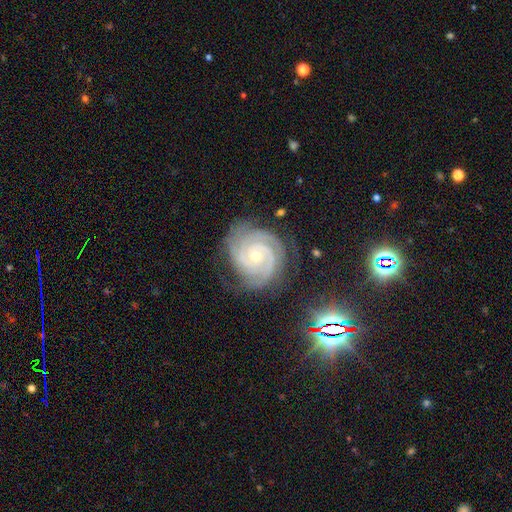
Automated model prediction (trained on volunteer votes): Smooth or featured: featured or disk — 91% (star or artifact — 6%)
Edge-on disk: no — 98% (yes — 2%)
Bar: no — 71% (weak — 21%)
Spiral arms: yes — 99% (no — 1%)
Spiral winding: tight — 81% (medium — 18%)
Spiral arm count: 3 — 43% (2 — 23%)
Bulge size: small — 64% (moderate — 34%)
Merging: none — 77% (minor disturbance — 16%)